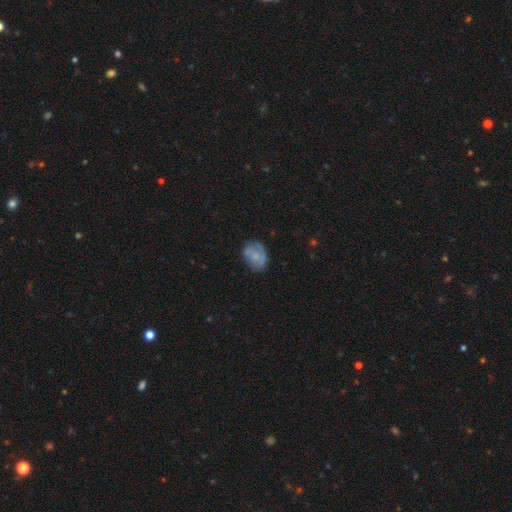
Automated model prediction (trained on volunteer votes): smooth 55%, featured or disk 36%, star or artifact 9%. Down the decision tree: how rounded — in between (61%); merging — none (58%).